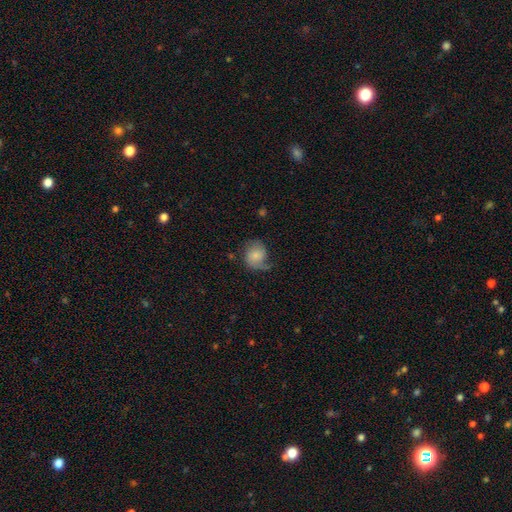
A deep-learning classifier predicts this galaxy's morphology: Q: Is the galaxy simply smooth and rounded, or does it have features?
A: smooth — 52%.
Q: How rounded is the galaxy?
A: round — 59%.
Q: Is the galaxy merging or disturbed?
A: none — 44%.